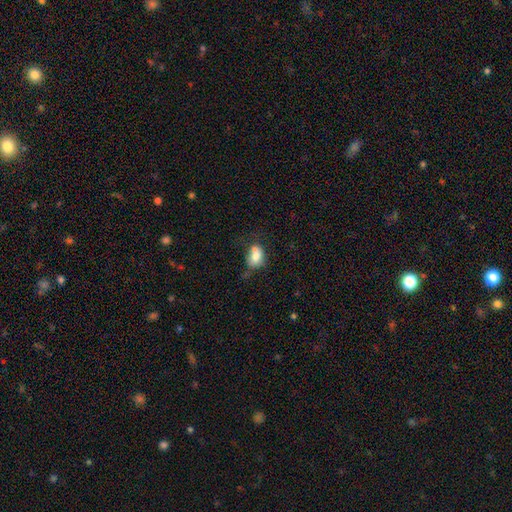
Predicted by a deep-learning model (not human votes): This is likely a smooth galaxy (75%). How rounded: likely in between (68%). Merging: marginally none (37%).